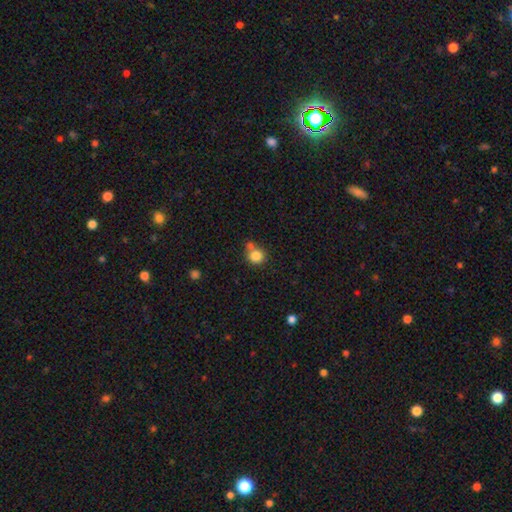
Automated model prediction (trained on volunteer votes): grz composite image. It shows a smooth galaxy with no disk features (83%) that is round (89%). Merging: none (59%).